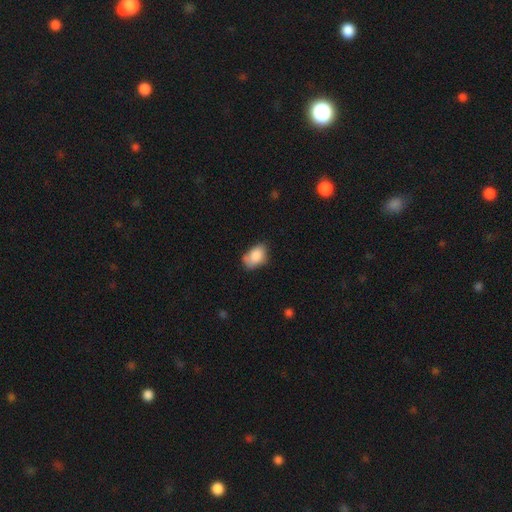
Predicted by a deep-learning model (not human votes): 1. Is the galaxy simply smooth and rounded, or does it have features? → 84% smooth, 8% featured or disk, 8% star or artifact.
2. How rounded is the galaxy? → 86% in between, 12% round, 1% cigar-shaped.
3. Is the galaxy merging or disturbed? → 56% none, 33% minor disturbance, 7% major disturbance, 4% merger.